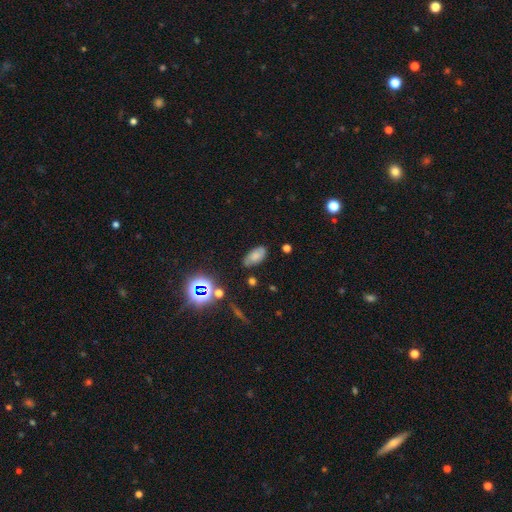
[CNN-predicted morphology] Smooth or featured: smooth — 63% (featured or disk — 21%)
How rounded: in between — 92% (round — 4%)
Merging: none — 73% (minor disturbance — 20%)